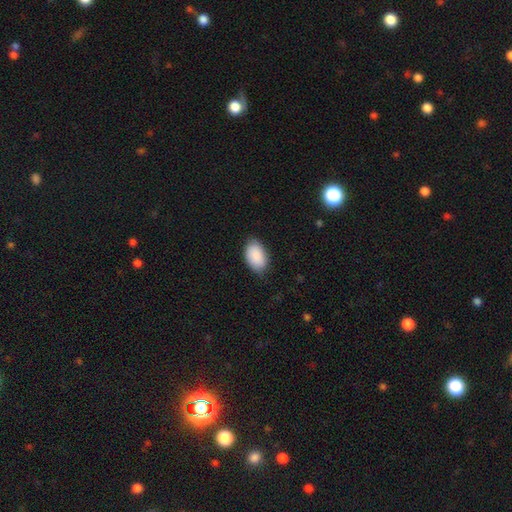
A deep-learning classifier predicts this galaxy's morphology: smooth_or_featured: smooth (p=0.90) [alt: star or artifact p=0.06]
how_rounded: in between (p=0.93) [alt: round p=0.06]
merging: none (p=0.79) [alt: minor disturbance p=0.18]